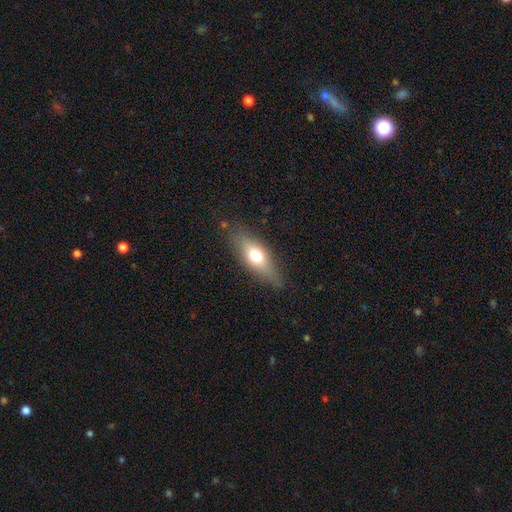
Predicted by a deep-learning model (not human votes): Smooth or featured? Predicted: smooth (p=0.62). How rounded? Predicted: in between (p=0.62). Merging? Predicted: none (p=0.79).